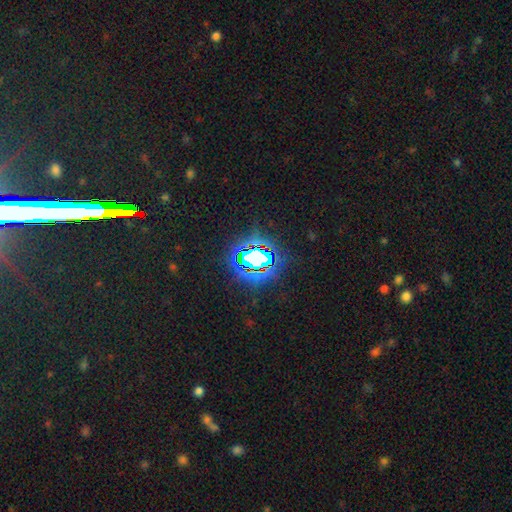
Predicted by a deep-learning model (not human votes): Smooth or featured? Predicted: star or artifact (p=0.73).